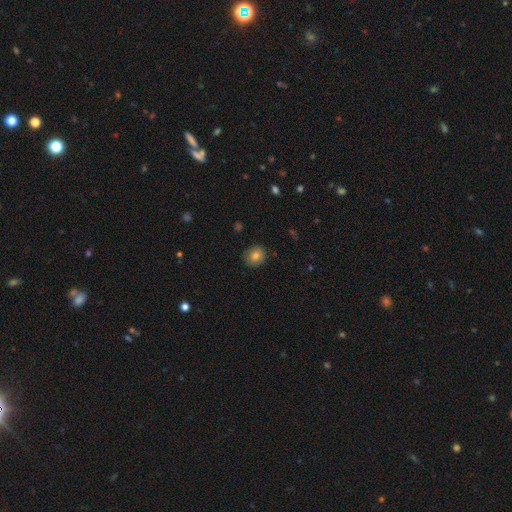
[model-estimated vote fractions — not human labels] The model was most divided on "how rounded": round: 84%, in between: 15%, cigar-shaped: 1%. More confident: merging — none (87%); smooth or featured — smooth (80%).